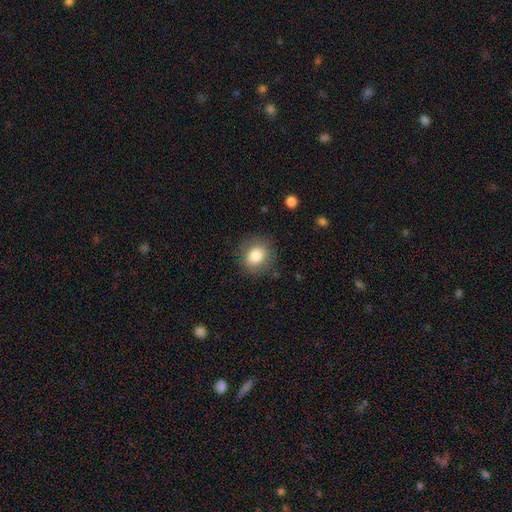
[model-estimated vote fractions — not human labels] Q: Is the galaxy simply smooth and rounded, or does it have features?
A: smooth — 81%.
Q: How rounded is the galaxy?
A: round — 76%.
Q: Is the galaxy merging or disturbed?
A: none — 84%.